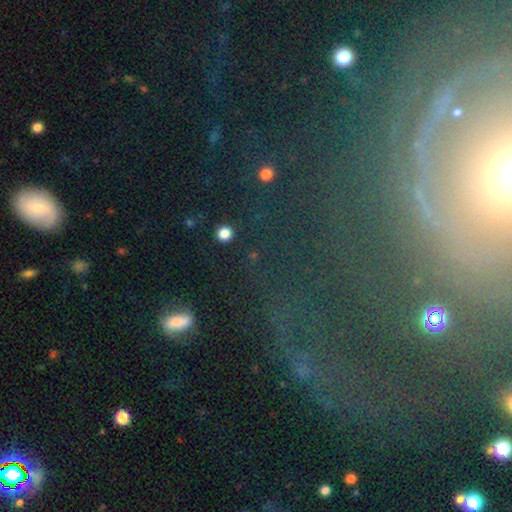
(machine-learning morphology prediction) Smooth or featured? featured or disk (49%)
Merging? none (71%)